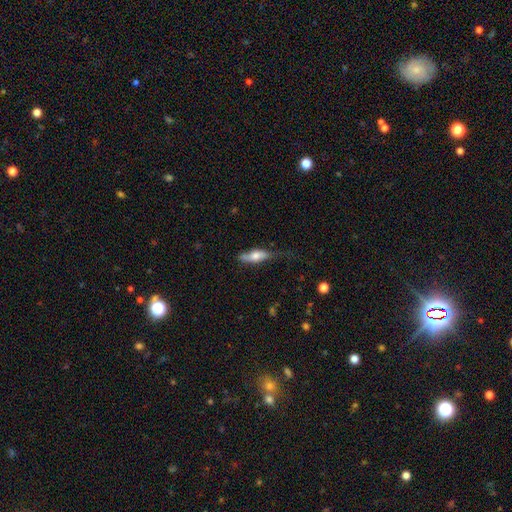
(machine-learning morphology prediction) smooth_or_featured: smooth (p=0.62) [alt: featured or disk p=0.32]
how_rounded: in between (p=0.52) [alt: cigar-shaped p=0.45]
merging: none (p=0.51) [alt: minor disturbance p=0.34]